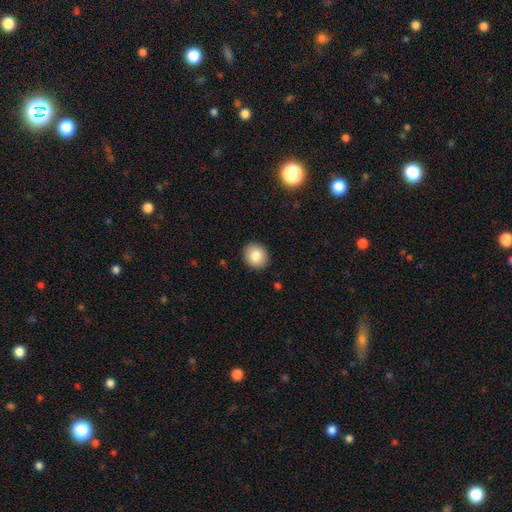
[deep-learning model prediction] A smooth galaxy with no disk features (84%) that is round (74%). Merging: none (92%).